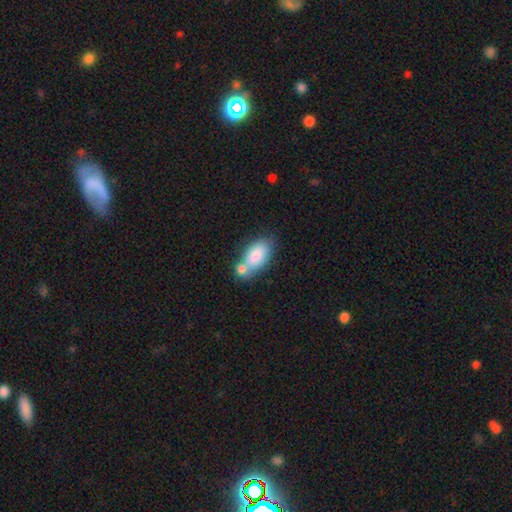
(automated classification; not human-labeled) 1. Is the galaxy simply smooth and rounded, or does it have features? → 83% smooth, 11% featured or disk, 7% star or artifact.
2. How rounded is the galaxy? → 91% in between, 5% round, 4% cigar-shaped.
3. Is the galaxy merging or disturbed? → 44% merger, 36% none, 14% minor disturbance, 5% major disturbance.